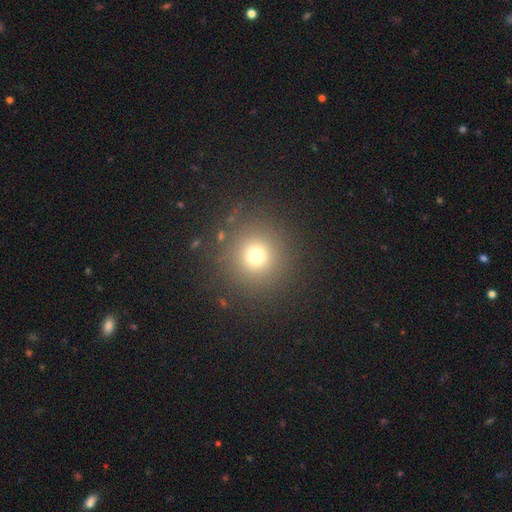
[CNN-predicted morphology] A smooth galaxy with no disk features (71%) that is round (95%).

Vote fractions:
- Smooth or featured? smooth: 71% / star or artifact: 20% / featured or disk: 9%
- How rounded? round: 95% / in between: 4% / cigar-shaped: 1%
- Merging? none: 87% / minor disturbance: 7% / major disturbance: 4% / merger: 2%